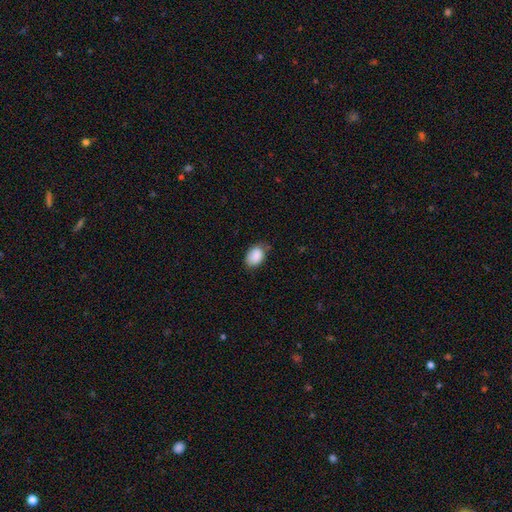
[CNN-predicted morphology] Smooth or featured?
  - smooth: 88% *
  - star or artifact: 7%
  - featured or disk: 5%
How rounded?
  - in between: 80% *
  - round: 18%
  - cigar-shaped: 1%
Merging?
  - none: 65% *
  - minor disturbance: 28%
  - major disturbance: 5%
  - merger: 2%